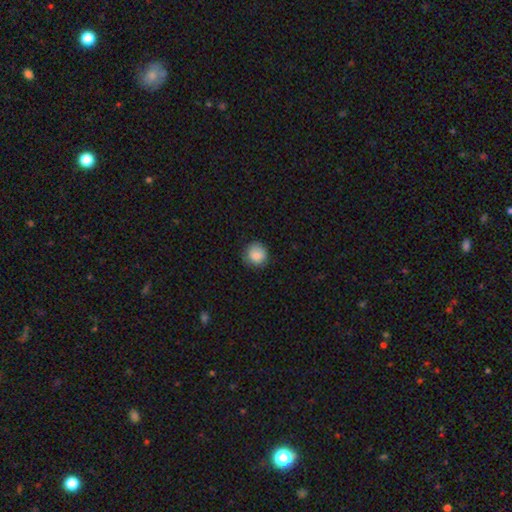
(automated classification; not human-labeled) Smooth or featured?
  - smooth: 85% *
  - star or artifact: 8%
  - featured or disk: 7%
How rounded?
  - round: 91% *
  - in between: 8%
  - cigar-shaped: 1%
Merging?
  - none: 82% *
  - minor disturbance: 14%
  - major disturbance: 3%
  - merger: 1%